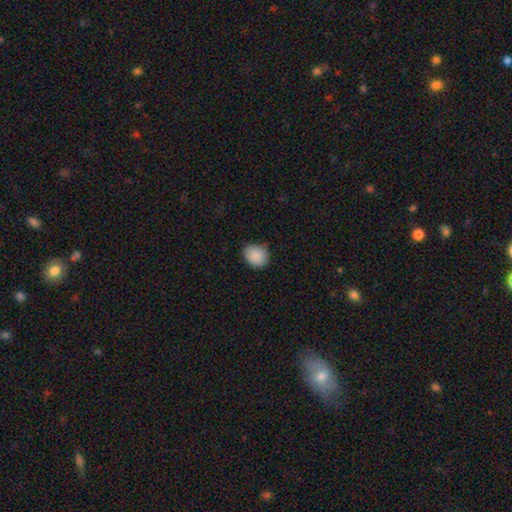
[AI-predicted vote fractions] This appears to be a smooth galaxy with no disk features (89%) that is round (64%). Merging: none (78%).